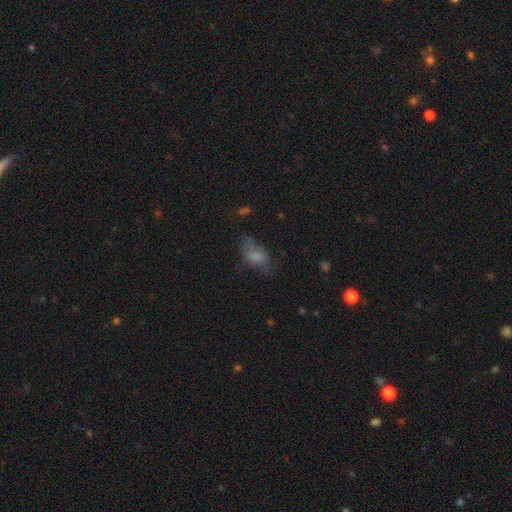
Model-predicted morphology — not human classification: A smooth galaxy with no disk features (67%) that is in between round and cigar-shaped (88%).

Vote fractions:
- Smooth or featured? smooth: 67% / featured or disk: 22% / star or artifact: 11%
- How rounded? in between: 88% / round: 8% / cigar-shaped: 4%
- Merging? none: 44% / minor disturbance: 29% / major disturbance: 23% / merger: 4%